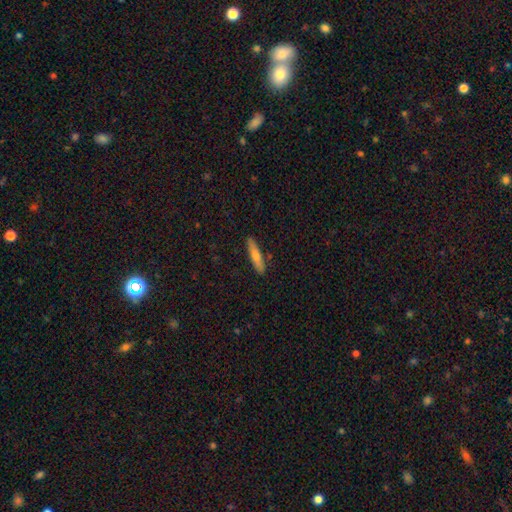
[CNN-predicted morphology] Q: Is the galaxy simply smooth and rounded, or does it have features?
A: smooth — 62%.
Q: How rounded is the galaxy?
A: cigar-shaped — 86%.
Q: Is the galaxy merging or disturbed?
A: none — 88%.